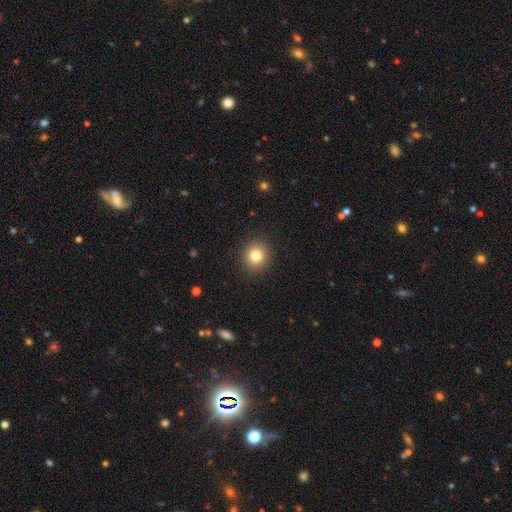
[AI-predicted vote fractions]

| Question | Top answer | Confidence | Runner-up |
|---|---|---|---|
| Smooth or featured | smooth | 81% | star or artifact (11%) |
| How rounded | round | 88% | in between (11%) |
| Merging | none | 91% | minor disturbance (6%) |